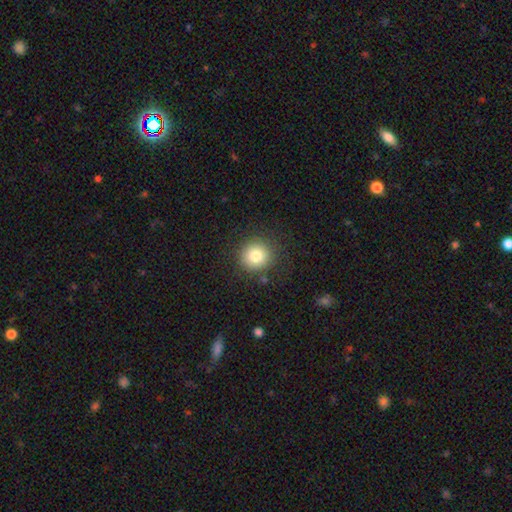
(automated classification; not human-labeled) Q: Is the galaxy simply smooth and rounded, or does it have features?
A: smooth — 80%.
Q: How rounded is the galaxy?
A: round — 92%.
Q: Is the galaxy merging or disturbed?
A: none — 86%.